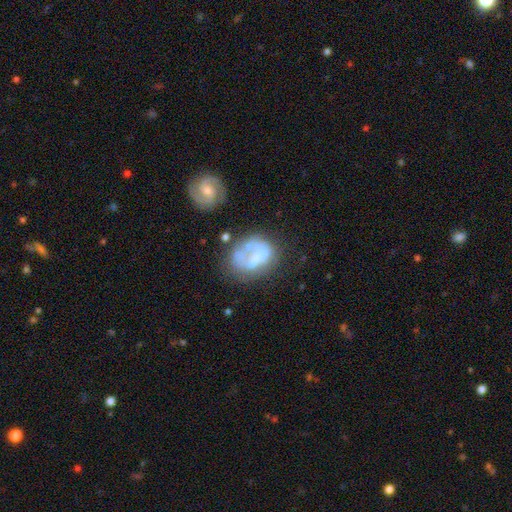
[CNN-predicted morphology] This is possibly a featured or disk galaxy (53%). It is clearly not viewed edge-on (98%). Bar: clearly no (83%). Spiral arm pattern: clearly no (85%). Central bulge: likely none (62%). Merging: marginally none (36%).